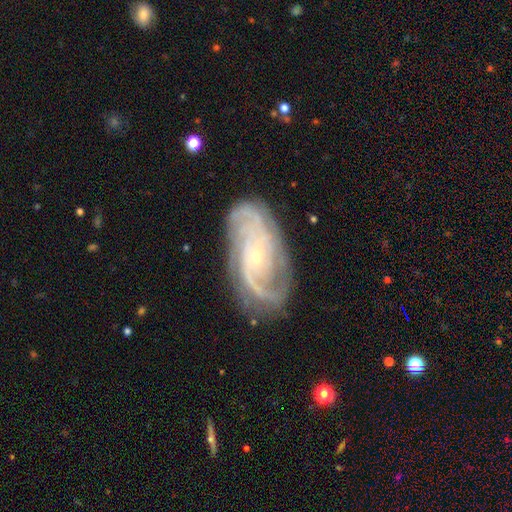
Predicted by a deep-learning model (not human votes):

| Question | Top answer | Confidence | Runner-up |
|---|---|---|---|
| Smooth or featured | featured or disk | 89% | star or artifact (6%) |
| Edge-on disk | no | 96% | yes (4%) |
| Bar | no | 71% | weak (22%) |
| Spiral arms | yes | 98% | no (2%) |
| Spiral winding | tight | 54% | medium (37%) |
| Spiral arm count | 2 | 27% | 3 (25%) |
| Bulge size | small | 84% | moderate (13%) |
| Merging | none | 78% | minor disturbance (15%) |